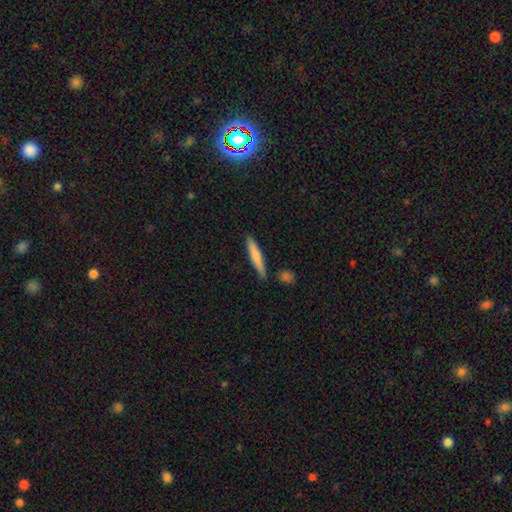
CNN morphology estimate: smooth_or_featured: smooth (p=0.73) [alt: featured or disk p=0.21]
how_rounded: cigar-shaped (p=0.92) [alt: in between p=0.07]
merging: none (p=0.83) [alt: minor disturbance p=0.11]